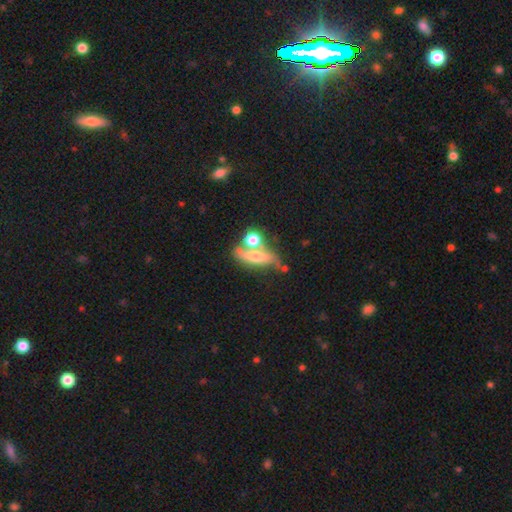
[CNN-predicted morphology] type=featured or disk (46%); merging=none (47%).